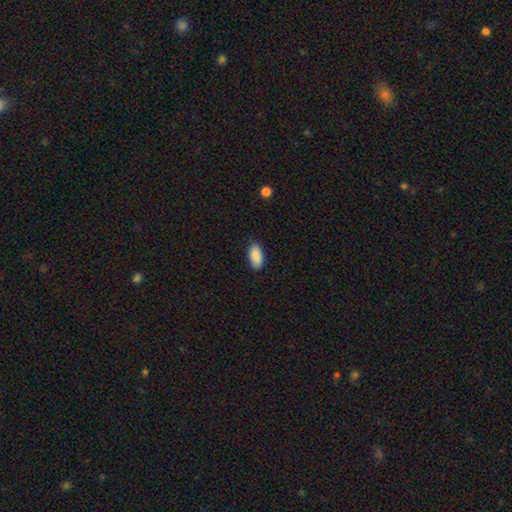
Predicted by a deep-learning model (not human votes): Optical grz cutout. It shows a smooth galaxy with no disk features (89%) that is in between round and cigar-shaped (93%). Merging: none (87%).